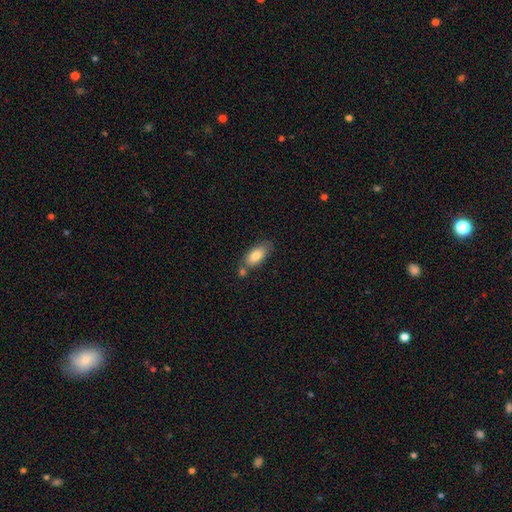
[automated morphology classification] A smooth galaxy with no disk features (81%) that is in between round and cigar-shaped (88%).

Vote fractions:
- Smooth or featured? smooth: 81% / featured or disk: 12% / star or artifact: 7%
- How rounded? in between: 88% / cigar-shaped: 9% / round: 3%
- Merging? none: 61% / merger: 18% / minor disturbance: 17% / major disturbance: 4%